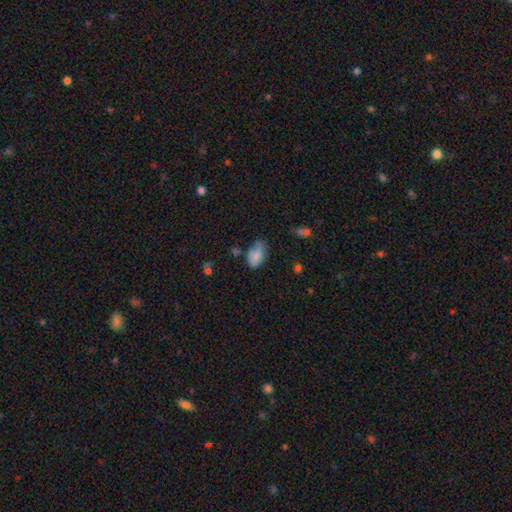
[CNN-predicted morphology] The model was most divided on "merging": none: 41%, minor disturbance: 38%, major disturbance: 15%, merger: 6%. More confident: how rounded — in between (90%); smooth or featured — smooth (77%).